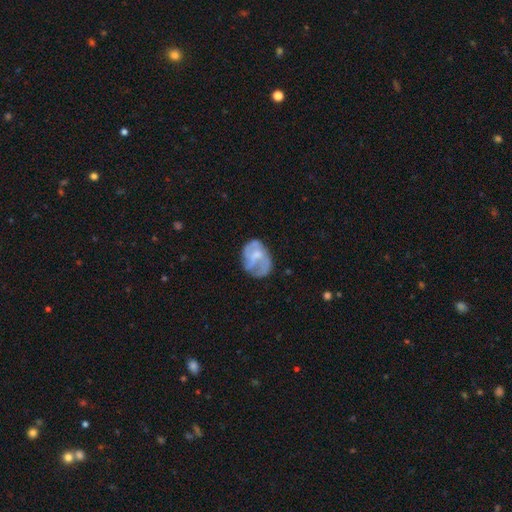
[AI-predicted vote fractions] A featured or disk galaxy (58%) with no bar (57%), spiral arms (52%) and a moderate central bulge (35%).

Vote fractions:
- Smooth or featured? featured or disk: 58% / smooth: 35% / star or artifact: 7%
- Edge-on disk? no: 97% / yes: 3%
- Bar? no: 57% / weak: 35% / strong: 8%
- Spiral arms? yes: 52% / no: 48%
- Bulge size? moderate: 35% / small: 33% / none: 27% / large: 5% / dominant: 1%
- Merging? none: 49% / minor disturbance: 26% / major disturbance: 21% / merger: 3%